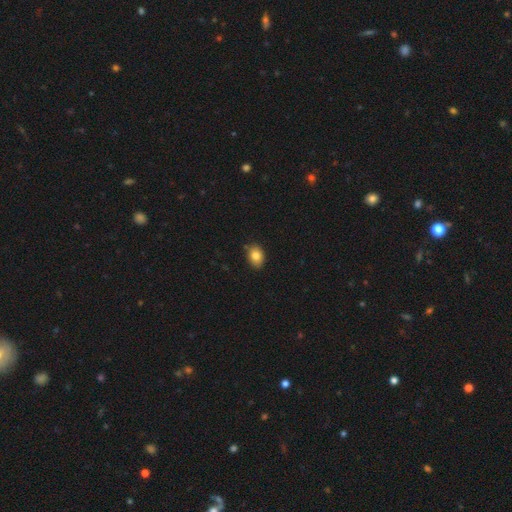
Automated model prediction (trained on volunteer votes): Overall: smooth (83%). How rounded: in between (70%). Merging: none (82%).